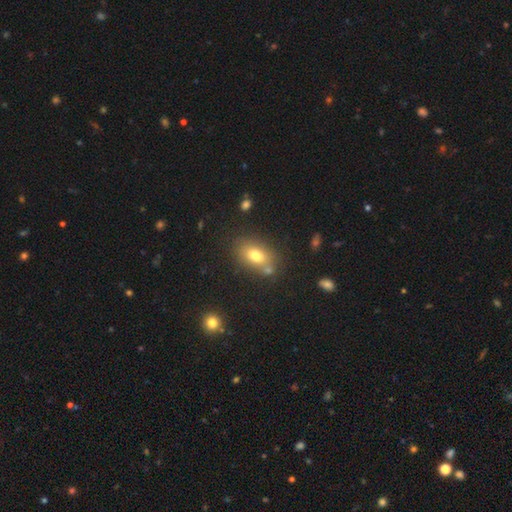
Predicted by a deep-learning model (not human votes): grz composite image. It shows a smooth galaxy with no disk features (75%) that is in between round and cigar-shaped (82%). Merging: none (69%).